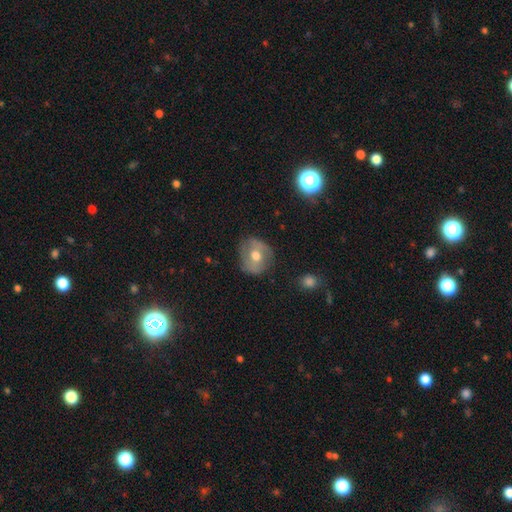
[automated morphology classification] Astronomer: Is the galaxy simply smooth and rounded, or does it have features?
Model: smooth — 47% (runner-up: featured or disk, 44%).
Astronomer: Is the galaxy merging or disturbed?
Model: none — 73%.